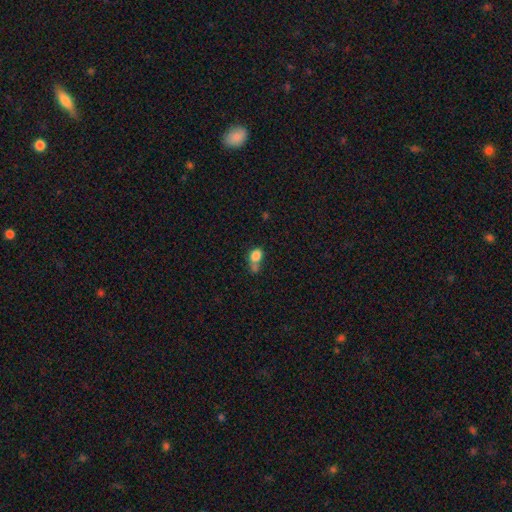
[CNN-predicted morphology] type=smooth (80%); roundness=in between (58%); merging=merger (40%).